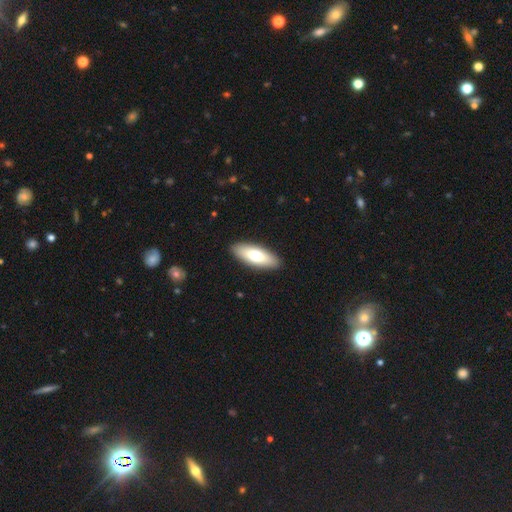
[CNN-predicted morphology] smooth 70%, featured or disk 24%, star or artifact 5%. Down the decision tree: how rounded — in between (69%); merging — none (91%).